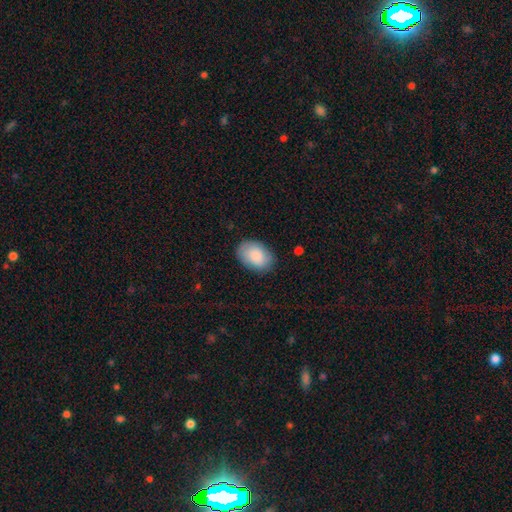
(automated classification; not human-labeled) This appears to be a smooth galaxy with no disk features (85%) that is in between round and cigar-shaped (85%). Merging: none (82%).